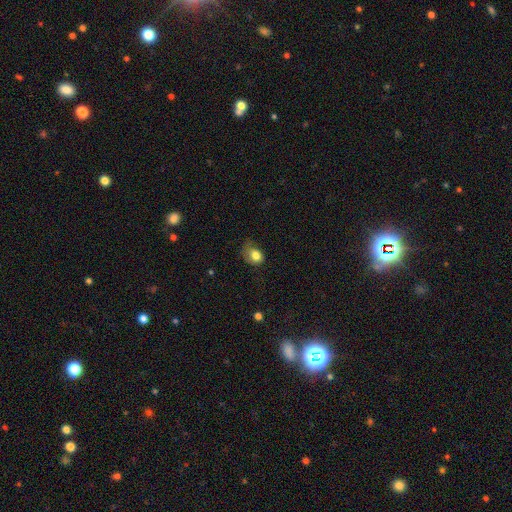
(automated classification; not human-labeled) Overall: smooth (79%). How rounded: in between (53%; round 46%). Merging: minor disturbance (36%, tied with none).